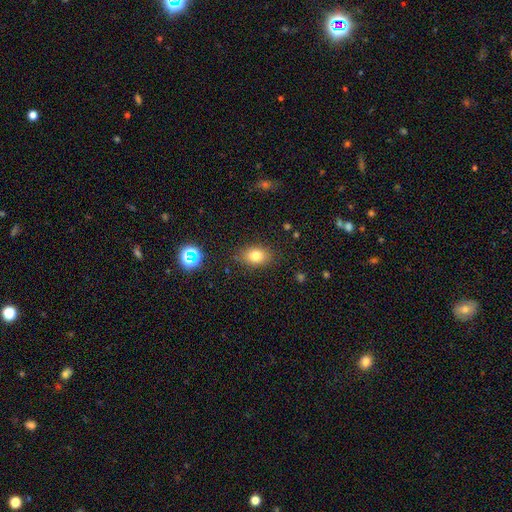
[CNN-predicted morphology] This appears to be a smooth galaxy with no disk features (79%) that is in between round and cigar-shaped (73%). Merging: none (83%).